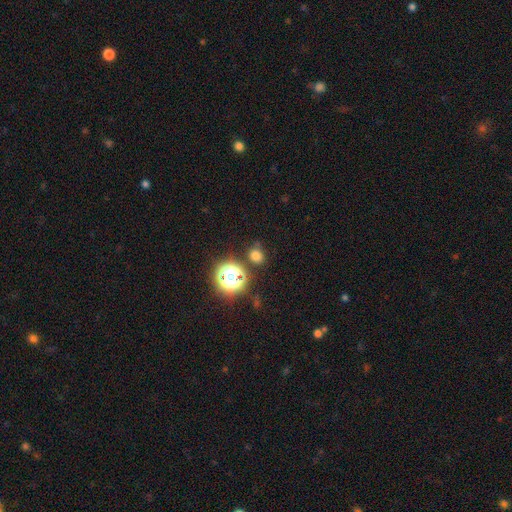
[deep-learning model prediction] Overall: smooth (70%). How rounded: round (71%). Merging: none (79%).